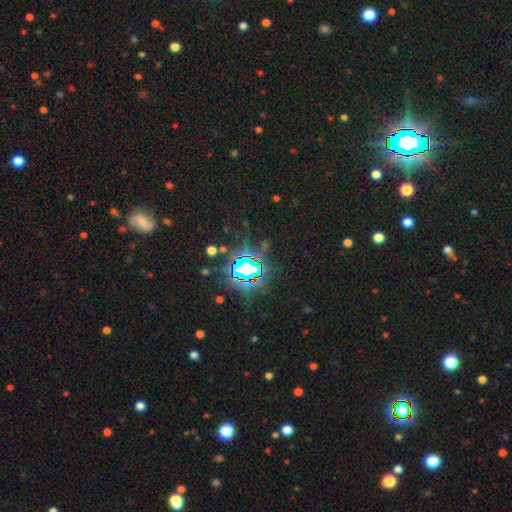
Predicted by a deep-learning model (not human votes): Smooth or featured: star or artifact — 85% (smooth — 9%)